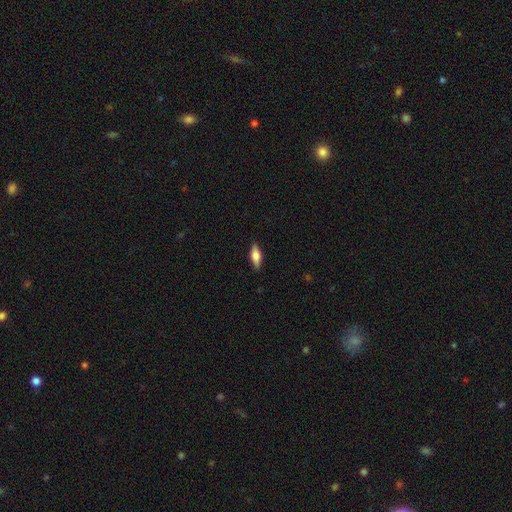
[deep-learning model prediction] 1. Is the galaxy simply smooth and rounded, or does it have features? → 66% smooth, 28% featured or disk, 6% star or artifact.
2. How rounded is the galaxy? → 69% in between, 28% cigar-shaped, 3% round.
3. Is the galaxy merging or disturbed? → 87% none, 10% minor disturbance, 2% major disturbance, 1% merger.